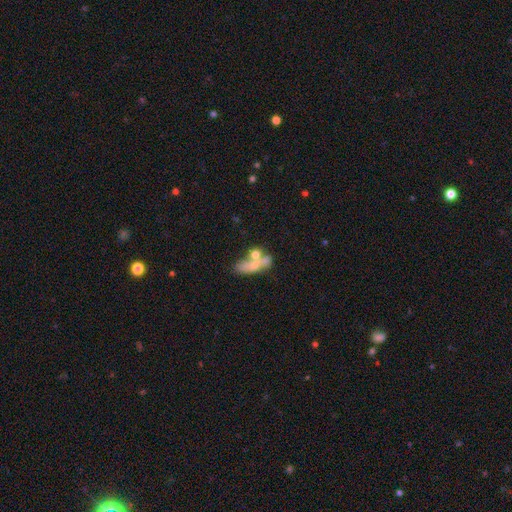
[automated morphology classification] smooth 46%, featured or disk 39%, star or artifact 15%. Down the decision tree: merging — merger (40%).